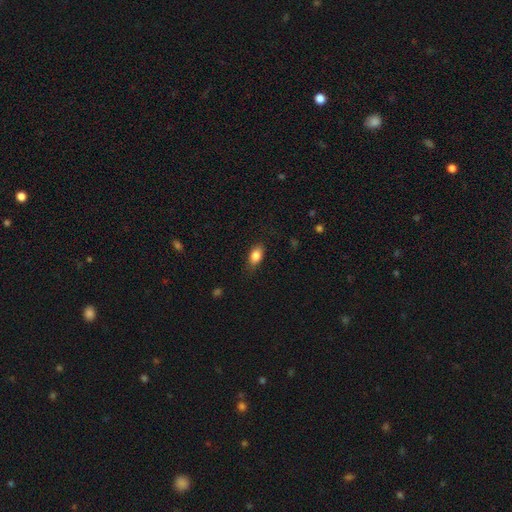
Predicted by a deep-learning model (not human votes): smooth-or-featured: smooth: 83% | featured or disk: 9% | star or artifact: 8%
  how-rounded: in between: 86% | round: 9% | cigar-shaped: 6%
  merging: none: 79% | minor disturbance: 16% | major disturbance: 4% | merger: 1%